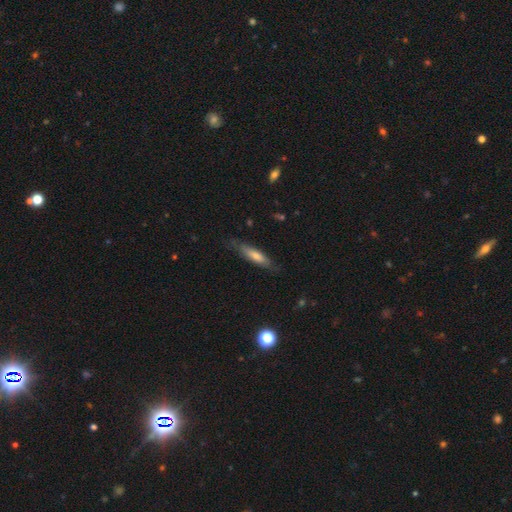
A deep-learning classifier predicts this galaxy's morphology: smooth 58%, featured or disk 34%, star or artifact 7%. Down the decision tree: how rounded — cigar-shaped (73%); merging — none (75%).